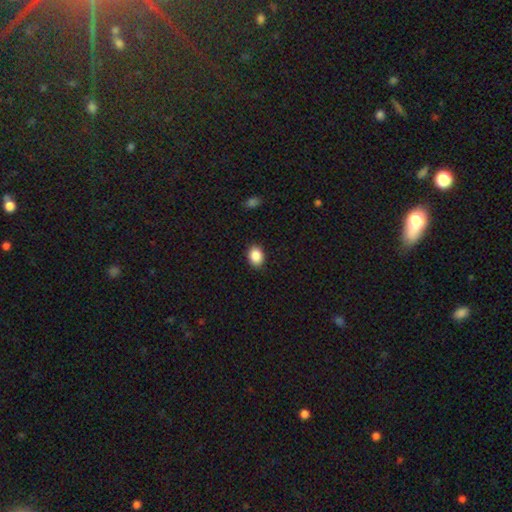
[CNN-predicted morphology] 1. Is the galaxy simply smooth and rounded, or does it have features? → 88% smooth, 8% star or artifact, 4% featured or disk.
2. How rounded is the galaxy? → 62% in between, 37% round, 1% cigar-shaped.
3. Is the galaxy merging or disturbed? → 89% none, 8% minor disturbance, 2% major disturbance, 1% merger.